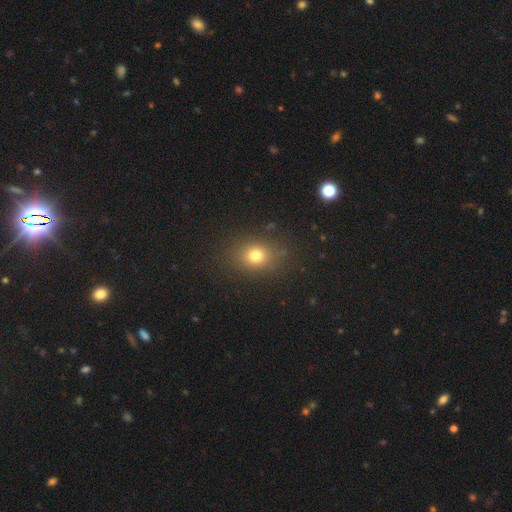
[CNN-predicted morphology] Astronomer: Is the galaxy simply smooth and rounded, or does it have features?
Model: smooth — 76%.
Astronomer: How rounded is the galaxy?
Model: round — 59% (runner-up: in between, 39%).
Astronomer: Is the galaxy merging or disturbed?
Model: none — 84%.